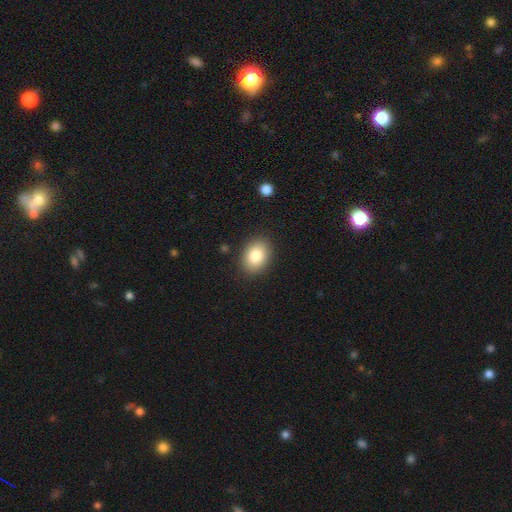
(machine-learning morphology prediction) A smooth galaxy with no disk features (84%) that is in between round and cigar-shaped (71%). Merging: none (87%).